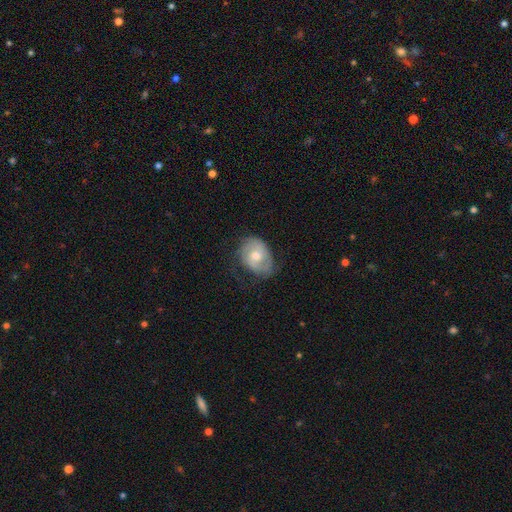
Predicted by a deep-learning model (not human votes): Smooth or featured?
  - featured or disk: 60% *
  - smooth: 34%
  - star or artifact: 6%
Edge-on disk?
  - no: 97% *
  - yes: 3%
Bar?
  - no: 68% *
  - weak: 28%
  - strong: 4%
Spiral arms?
  - yes: 83% *
  - no: 17%
Bulge size?
  - moderate: 71% *
  - small: 18%
  - large: 8%
  - none: 2%
  - dominant: 1%
Merging?
  - none: 59% *
  - minor disturbance: 27%
  - major disturbance: 13%
  - merger: 1%